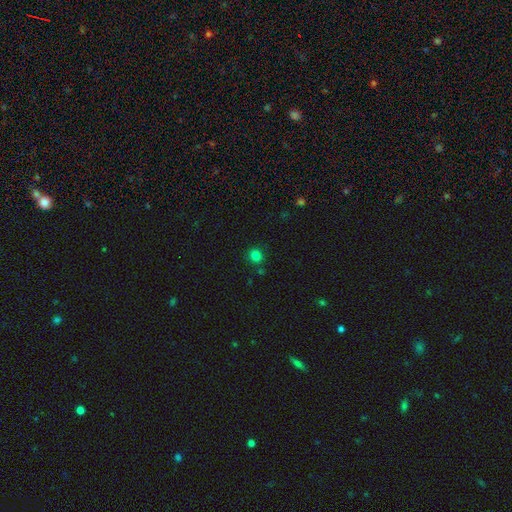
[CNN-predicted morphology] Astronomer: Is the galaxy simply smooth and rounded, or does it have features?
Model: smooth — 80%.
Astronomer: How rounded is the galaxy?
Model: round — 87%.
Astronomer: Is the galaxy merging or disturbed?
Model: none — 84%.